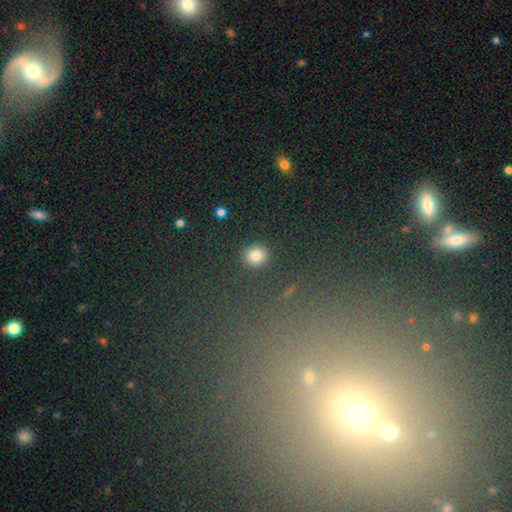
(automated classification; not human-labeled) A smooth galaxy with no disk features (82%) that is round (82%). Merging: none (89%).